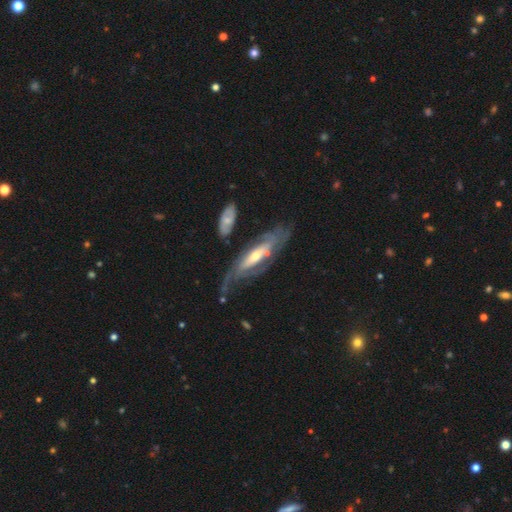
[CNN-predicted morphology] smooth_or_featured: featured or disk (p=0.81) [alt: smooth p=0.13]
disk_edge_on: no (p=0.79) [alt: yes p=0.21]
bar: no (p=0.46) [alt: weak p=0.32]
has_spiral_arms: yes (p=0.84) [alt: no p=0.16]
spiral_winding: tight (p=0.47) [alt: medium p=0.36]
spiral_arm_count: can't tell (p=0.41) [alt: 2 p=0.40]
bulge_size: moderate (p=0.48) [alt: small p=0.43]
merging: none (p=0.52) [alt: major disturbance p=0.21]